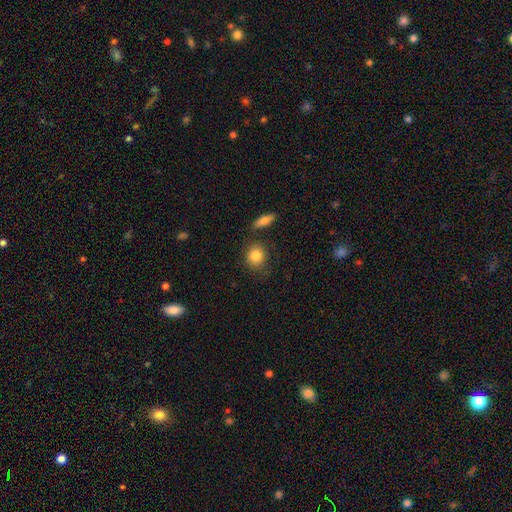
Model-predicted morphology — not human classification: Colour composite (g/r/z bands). It shows a smooth galaxy with no disk features (84%) that is round (74%). Merging: none (77%).